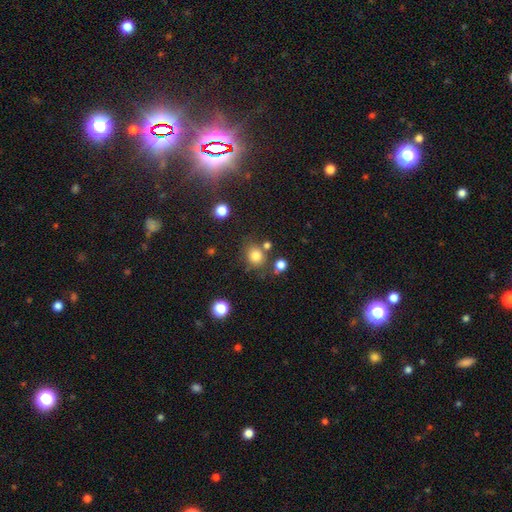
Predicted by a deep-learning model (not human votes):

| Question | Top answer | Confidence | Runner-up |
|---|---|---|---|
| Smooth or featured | smooth | 80% | star or artifact (13%) |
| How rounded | round | 75% | in between (24%) |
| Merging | none | 69% | minor disturbance (13%) |